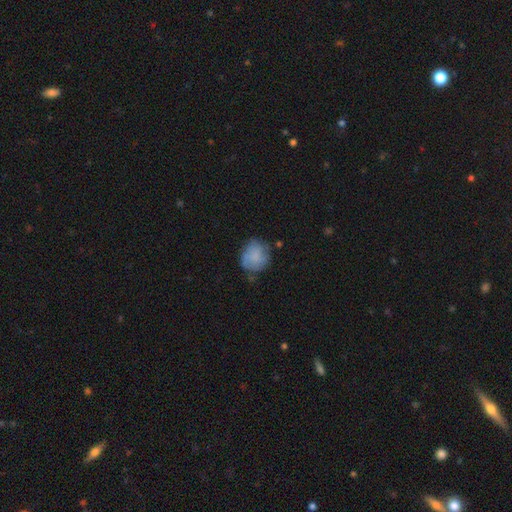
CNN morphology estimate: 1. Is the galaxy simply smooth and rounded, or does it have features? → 68% smooth, 24% featured or disk, 8% star or artifact.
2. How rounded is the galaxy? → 75% round, 24% in between, 1% cigar-shaped.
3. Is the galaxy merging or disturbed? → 62% none, 25% minor disturbance, 9% major disturbance, 3% merger.